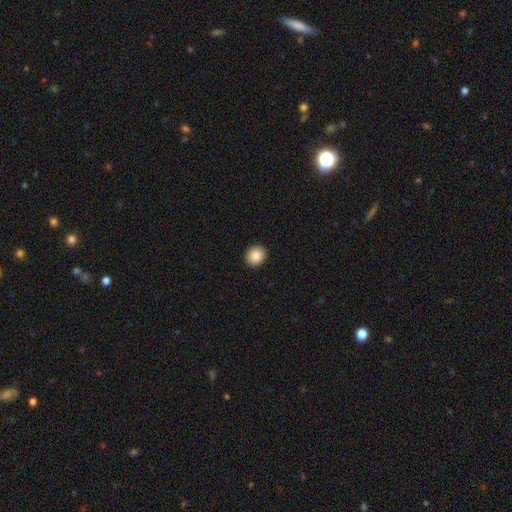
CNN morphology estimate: type=smooth (88%); roundness=round (81%); merging=none (93%).